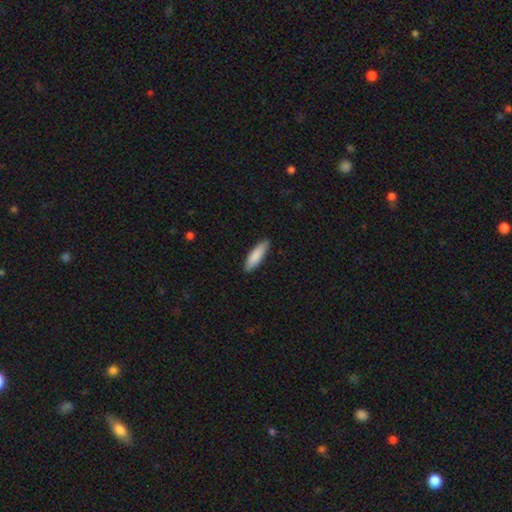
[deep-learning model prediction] This appears to be a smooth galaxy with no disk features (87%) that is cigar-shaped (61%). Merging: none (88%).